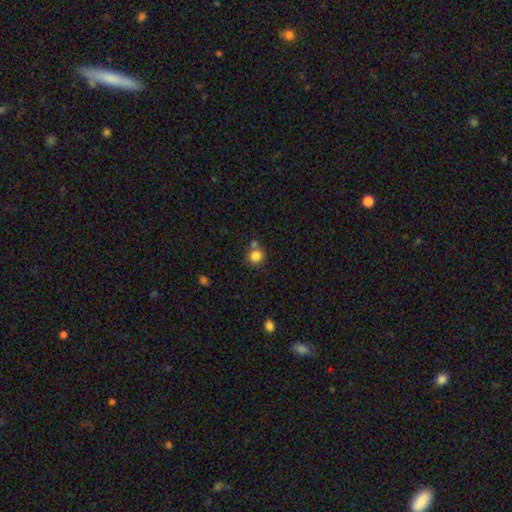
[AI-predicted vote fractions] Smooth or featured? smooth (83%)
How rounded? round (88%)
Merging? none (60%)